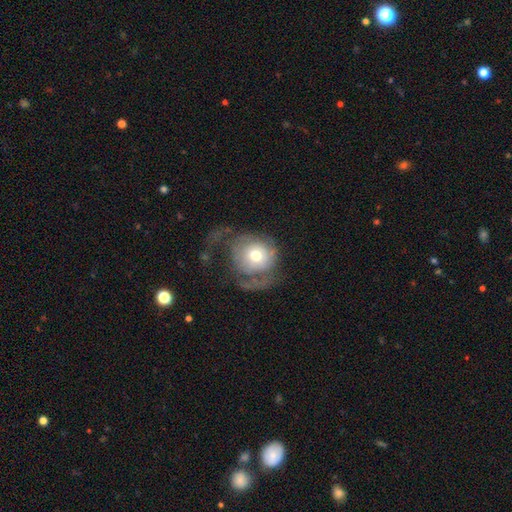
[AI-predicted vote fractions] Q: Smooth or featured?
A: smooth (49%); runner-up: featured or disk (44%)
Q: Merging?
A: major disturbance (51%); runner-up: none (28%)